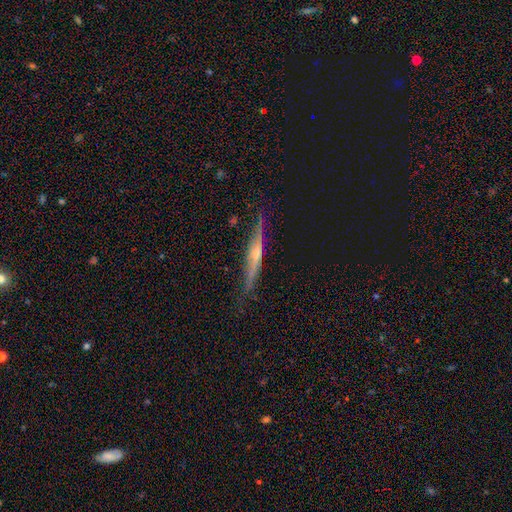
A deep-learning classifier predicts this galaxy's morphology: smooth_or_featured: featured or disk (p=0.76) [alt: smooth p=0.17]
disk_edge_on: yes (p=0.96) [alt: no p=0.04]
edge_on_bulge: rounded (p=0.77) [alt: none p=0.16]
merging: none (p=0.82) [alt: minor disturbance p=0.14]